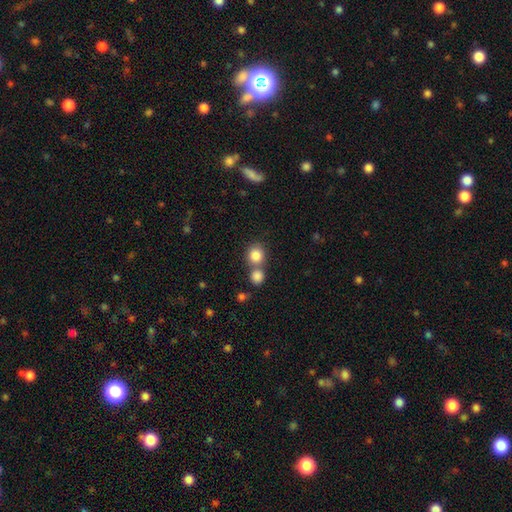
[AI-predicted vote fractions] This appears to be a smooth galaxy with no disk features (84%) that is round (86%). Merging: none (53%).